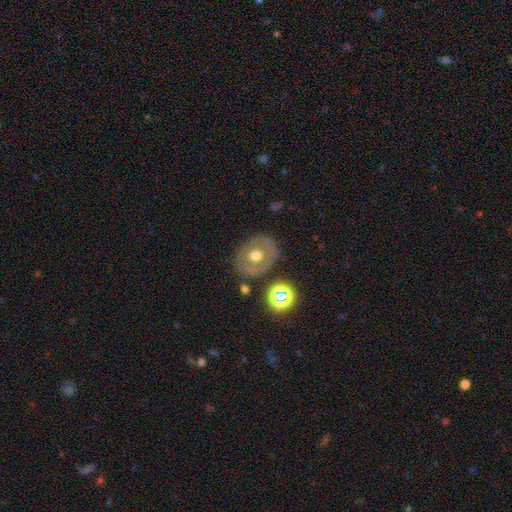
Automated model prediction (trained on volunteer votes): Smooth or featured?
  - smooth: 50% *
  - featured or disk: 41%
  - star or artifact: 10%
Merging?
  - none: 80% *
  - minor disturbance: 12%
  - major disturbance: 5%
  - merger: 3%